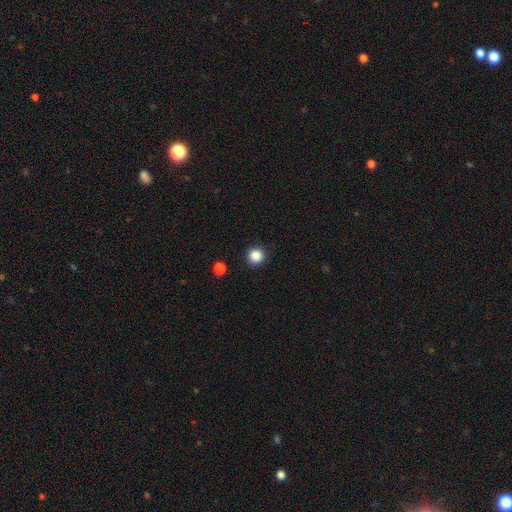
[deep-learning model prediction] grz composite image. It shows a smooth galaxy with no disk features (86%) that is round (95%). Merging: none (92%).